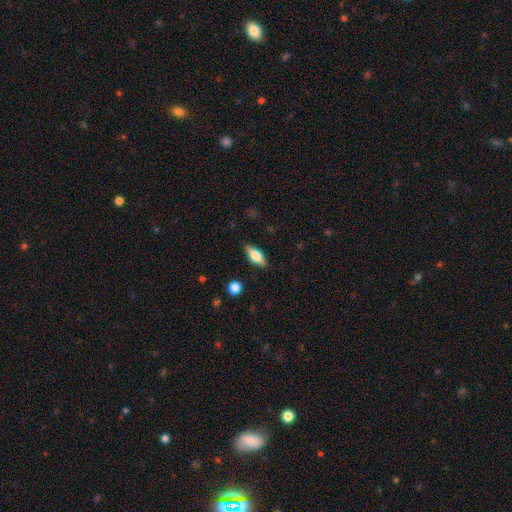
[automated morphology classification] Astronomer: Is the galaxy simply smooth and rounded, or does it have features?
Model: smooth — 54% (runner-up: featured or disk, 39%).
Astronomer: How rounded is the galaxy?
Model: in between — 70%.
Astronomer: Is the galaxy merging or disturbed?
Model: none — 85%.